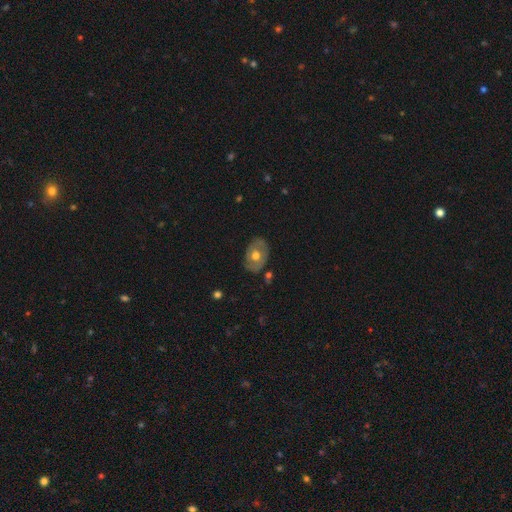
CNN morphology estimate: smooth-or-featured: smooth: 47% | featured or disk: 46% | star or artifact: 6%
  merging: none: 78% | minor disturbance: 16% | major disturbance: 4% | merger: 2%